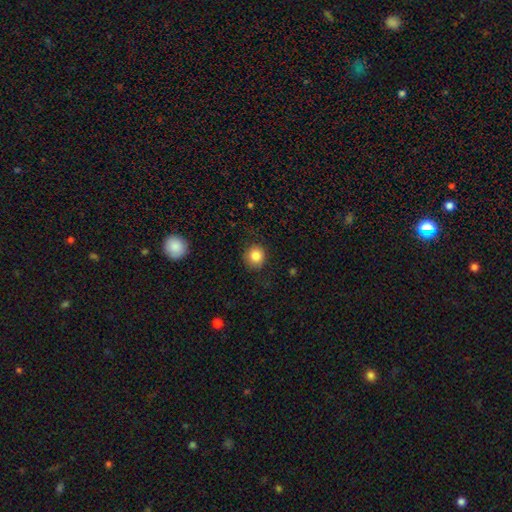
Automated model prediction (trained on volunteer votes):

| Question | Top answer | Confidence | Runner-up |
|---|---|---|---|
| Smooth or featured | smooth | 85% | star or artifact (10%) |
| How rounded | round | 88% | in between (11%) |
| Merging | none | 85% | minor disturbance (11%) |